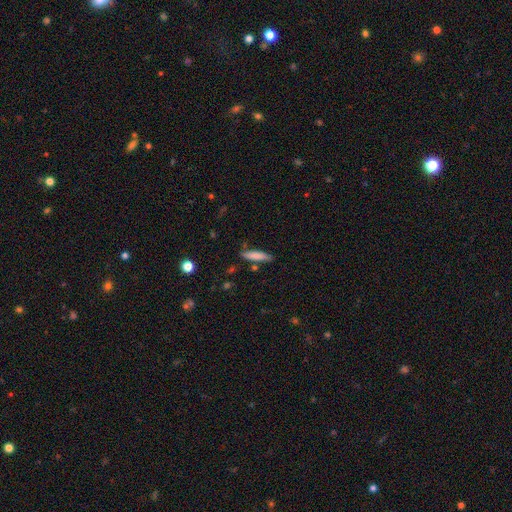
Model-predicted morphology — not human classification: Smooth or featured?
  - smooth: 78% *
  - featured or disk: 15%
  - star or artifact: 6%
How rounded?
  - cigar-shaped: 83% *
  - in between: 15%
  - round: 2%
Merging?
  - none: 80% *
  - minor disturbance: 13%
  - merger: 5%
  - major disturbance: 3%